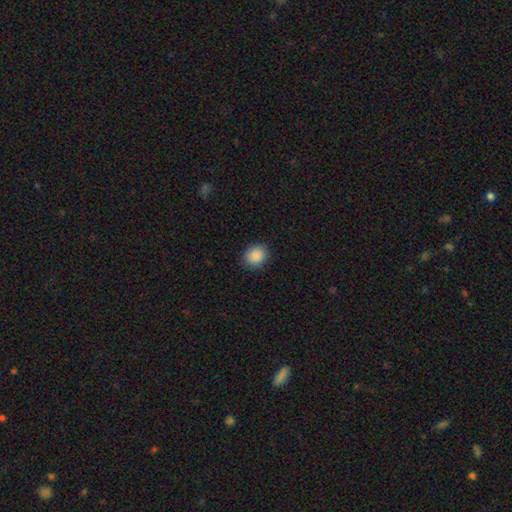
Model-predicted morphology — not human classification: Q: Smooth or featured?
A: smooth (89%); runner-up: star or artifact (8%)
Q: How rounded?
A: round (73%); runner-up: in between (26%)
Q: Merging?
A: none (87%); runner-up: minor disturbance (9%)